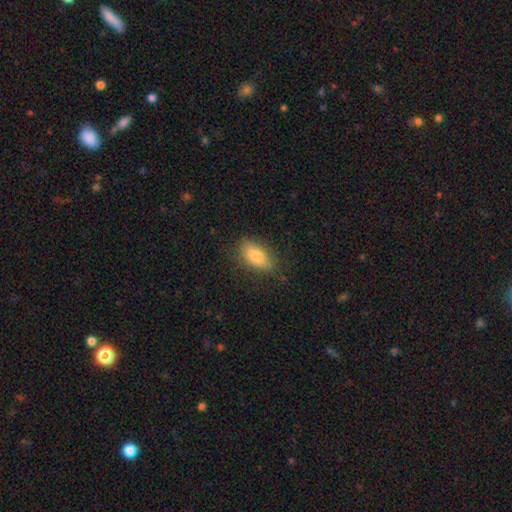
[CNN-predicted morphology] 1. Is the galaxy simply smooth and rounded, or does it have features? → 82% smooth, 10% featured or disk, 8% star or artifact.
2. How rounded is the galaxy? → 85% in between, 11% cigar-shaped, 4% round.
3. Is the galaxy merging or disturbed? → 78% none, 17% minor disturbance, 4% major disturbance, 1% merger.